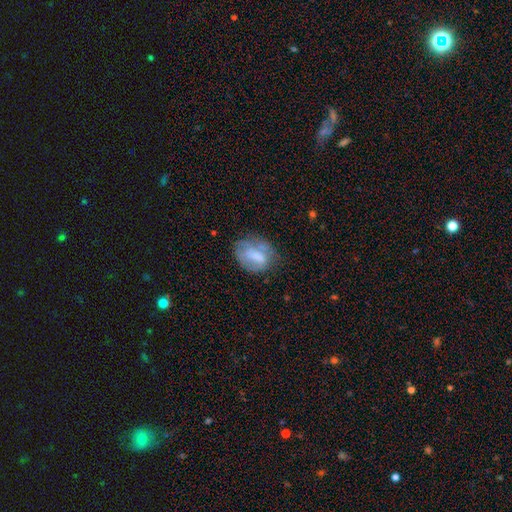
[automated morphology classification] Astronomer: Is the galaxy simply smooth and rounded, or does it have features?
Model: smooth — 55% (runner-up: featured or disk, 36%).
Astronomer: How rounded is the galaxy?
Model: in between — 67%.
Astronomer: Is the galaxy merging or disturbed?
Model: none — 50% (runner-up: minor disturbance, 29%).